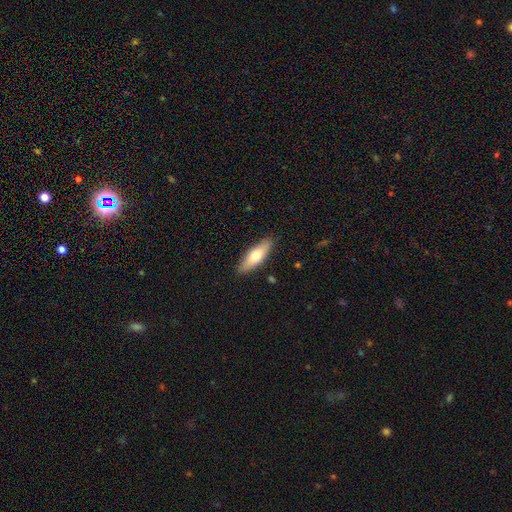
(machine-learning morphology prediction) smooth 66%, featured or disk 29%, star or artifact 6%. Down the decision tree: how rounded — cigar-shaped (50%); merging — none (88%).